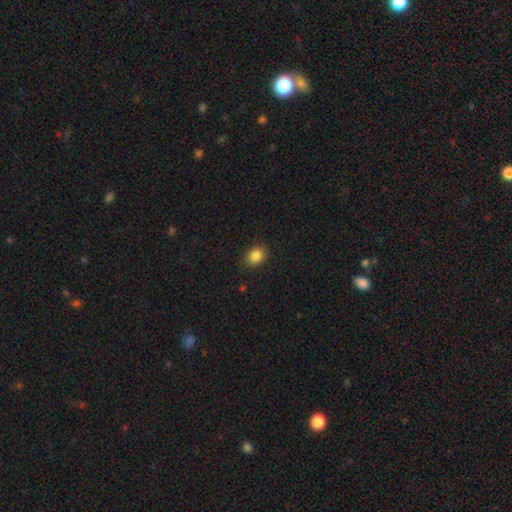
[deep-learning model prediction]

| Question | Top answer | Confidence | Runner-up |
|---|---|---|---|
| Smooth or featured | smooth | 85% | star or artifact (10%) |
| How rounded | in between | 54% | round (45%) |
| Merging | none | 86% | minor disturbance (10%) |